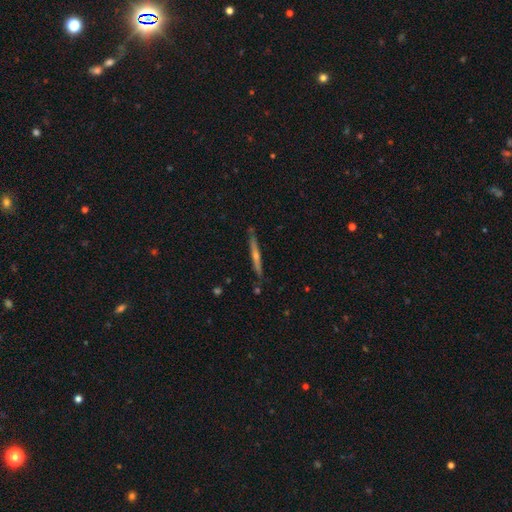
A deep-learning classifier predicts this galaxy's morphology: Smooth or featured? Predicted: featured or disk (p=0.66). Edge-on disk? Predicted: yes (p=0.95). Edge-on bulge? Predicted: rounded (p=0.69). Merging? Predicted: none (p=0.87).